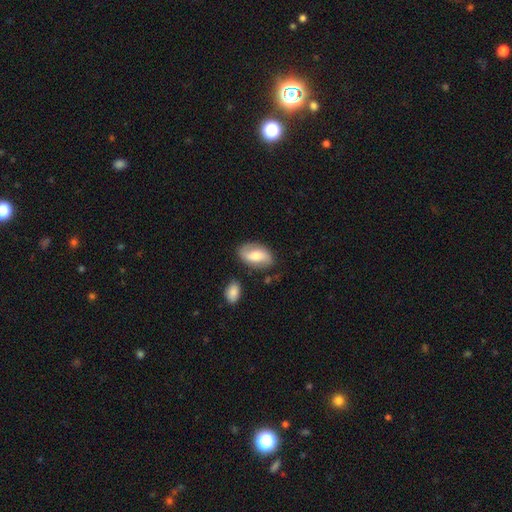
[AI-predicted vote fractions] Overall: featured or disk (47%; smooth 46%). Merging: none (77%).